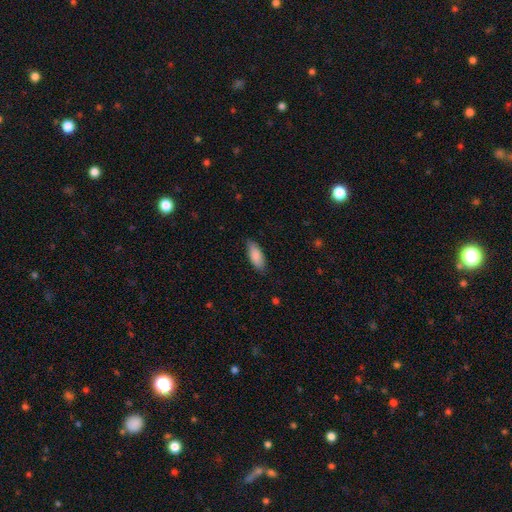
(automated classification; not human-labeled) Overall: smooth (87%). How rounded: in between (80%). Merging: none (81%).